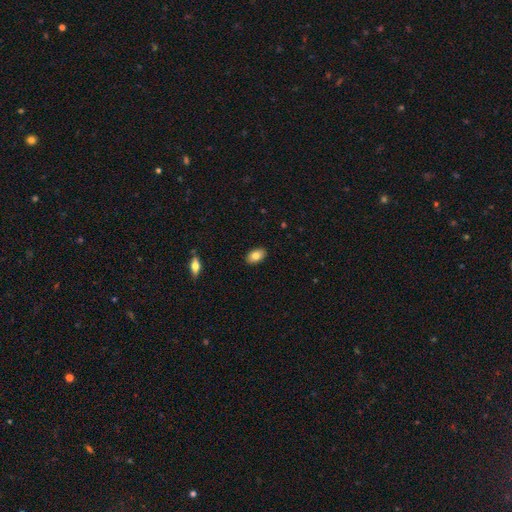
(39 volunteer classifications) This is likely a smooth galaxy (74%). How rounded: clearly in between (93%). Merging: clearly none (85%).